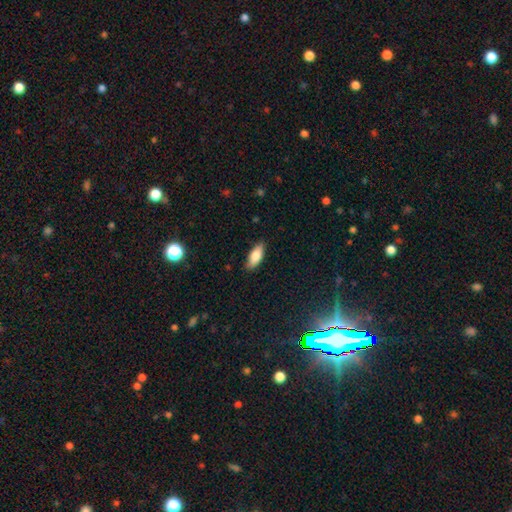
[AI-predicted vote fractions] smooth_or_featured: smooth (p=0.81) [alt: featured or disk p=0.13]
how_rounded: in between (p=0.78) [alt: cigar-shaped p=0.19]
merging: none (p=0.83) [alt: minor disturbance p=0.14]